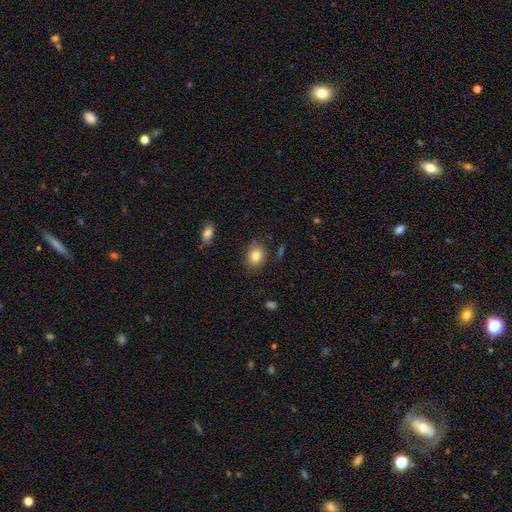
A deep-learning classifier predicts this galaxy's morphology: Overall: smooth (82%). How rounded: in between (56%; round 43%). Merging: none (82%).